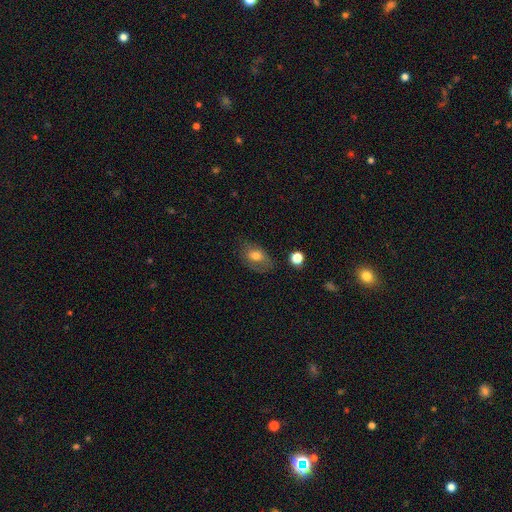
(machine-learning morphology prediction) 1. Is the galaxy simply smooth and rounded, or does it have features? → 66% smooth, 23% featured or disk, 10% star or artifact.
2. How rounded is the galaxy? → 81% in between, 17% round, 2% cigar-shaped.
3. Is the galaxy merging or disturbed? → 63% none, 24% minor disturbance, 11% major disturbance, 3% merger.